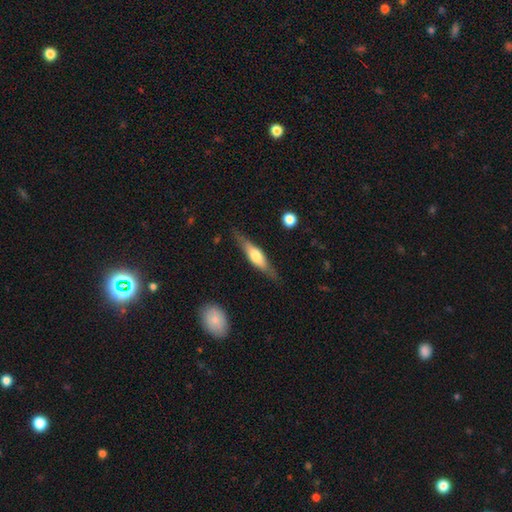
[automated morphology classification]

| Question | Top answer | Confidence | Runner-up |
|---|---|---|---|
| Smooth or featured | featured or disk | 56% | smooth (39%) |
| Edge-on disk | yes | 92% | no (8%) |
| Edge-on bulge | rounded | 79% | boxy (15%) |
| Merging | none | 81% | minor disturbance (14%) |